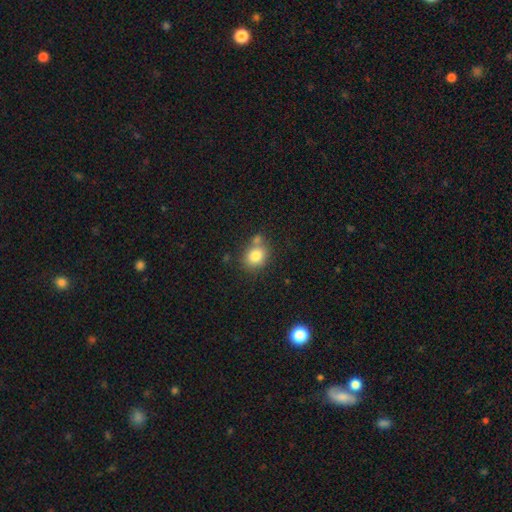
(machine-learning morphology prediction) Smooth or featured: smooth — 81% (star or artifact — 10%)
How rounded: round — 57% (in between — 42%)
Merging: none — 60% (merger — 20%)